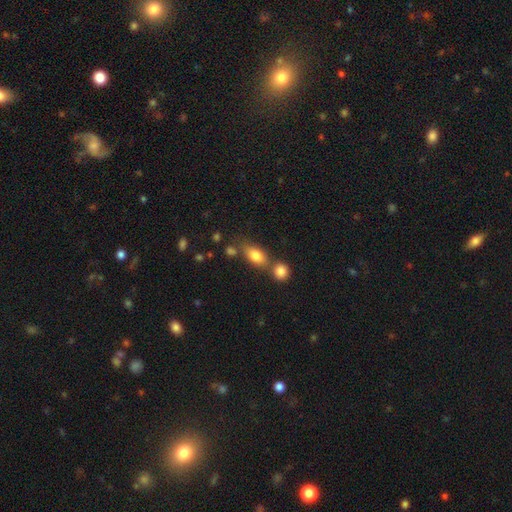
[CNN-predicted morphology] Smooth or featured? Predicted: smooth (p=0.80). How rounded? Predicted: in between (p=0.83). Merging? Predicted: none (p=0.54).